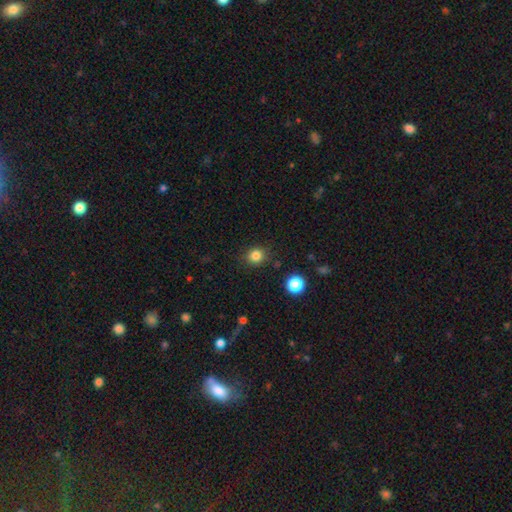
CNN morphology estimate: Q: Smooth or featured?
A: smooth (83%); runner-up: star or artifact (12%)
Q: How rounded?
A: round (84%); runner-up: in between (15%)
Q: Merging?
A: none (86%); runner-up: minor disturbance (9%)